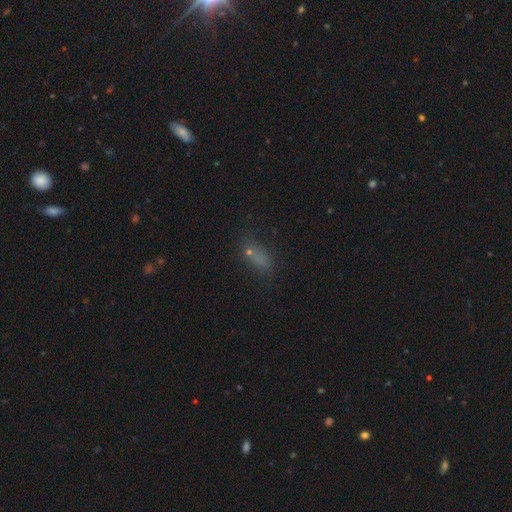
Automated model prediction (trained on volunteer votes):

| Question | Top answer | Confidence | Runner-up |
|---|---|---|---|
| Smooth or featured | smooth | 65% | star or artifact (24%) |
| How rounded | in between | 75% | cigar-shaped (15%) |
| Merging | none | 60% | minor disturbance (21%) |